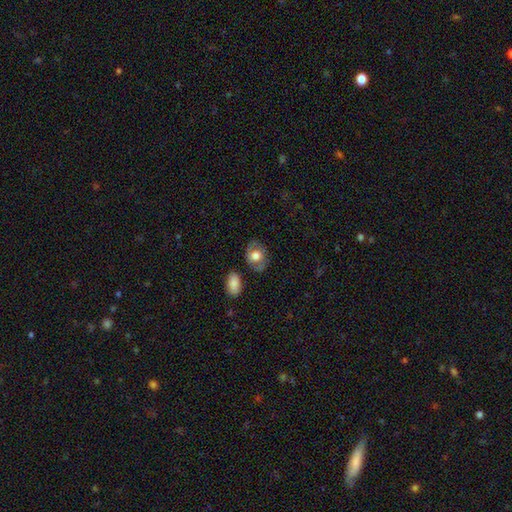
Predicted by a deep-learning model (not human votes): Smooth or featured? smooth (63%)
How rounded? in between (61%)
Merging? none (73%)